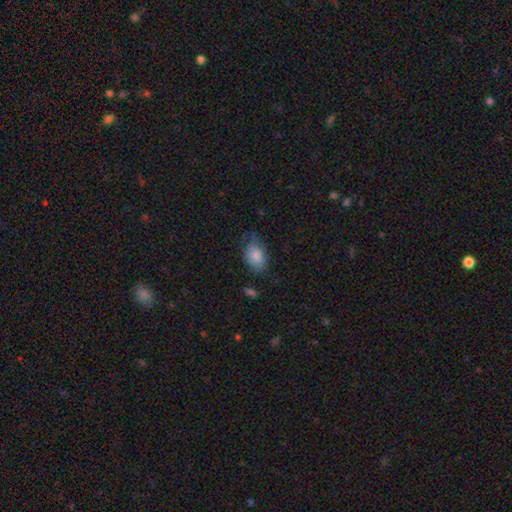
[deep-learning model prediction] Smooth or featured?
  - smooth: 83% *
  - featured or disk: 9%
  - star or artifact: 7%
How rounded?
  - in between: 85% *
  - round: 14%
  - cigar-shaped: 1%
Merging?
  - none: 59% *
  - minor disturbance: 30%
  - major disturbance: 9%
  - merger: 2%